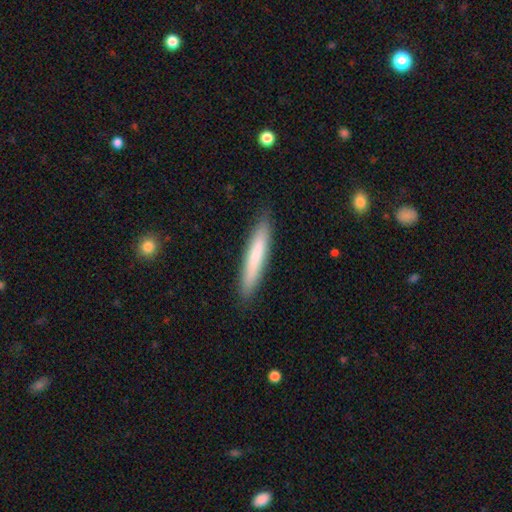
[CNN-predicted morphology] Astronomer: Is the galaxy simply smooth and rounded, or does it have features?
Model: smooth — 73%.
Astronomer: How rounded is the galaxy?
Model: cigar-shaped — 93%.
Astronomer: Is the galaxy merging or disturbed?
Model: none — 88%.